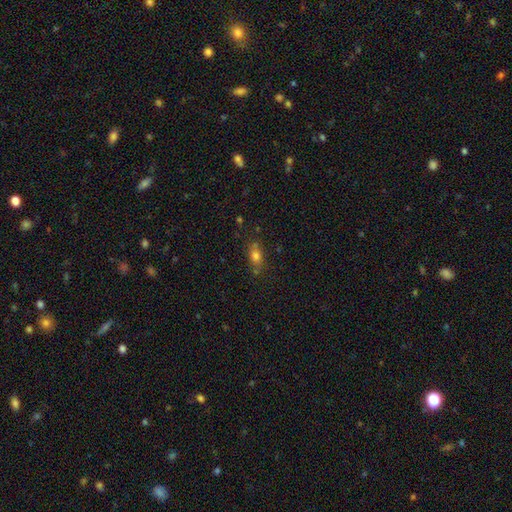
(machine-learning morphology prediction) A smooth galaxy with no disk features (75%) that is in between round and cigar-shaped (69%). Merging: none (69%).